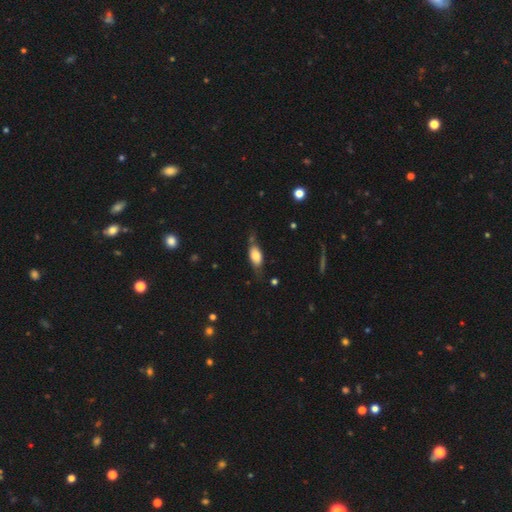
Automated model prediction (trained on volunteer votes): smooth-or-featured: smooth: 69% | featured or disk: 24% | star or artifact: 7%
  how-rounded: in between: 84% | cigar-shaped: 11% | round: 5%
  merging: none: 58% | minor disturbance: 28% | major disturbance: 11% | merger: 4%